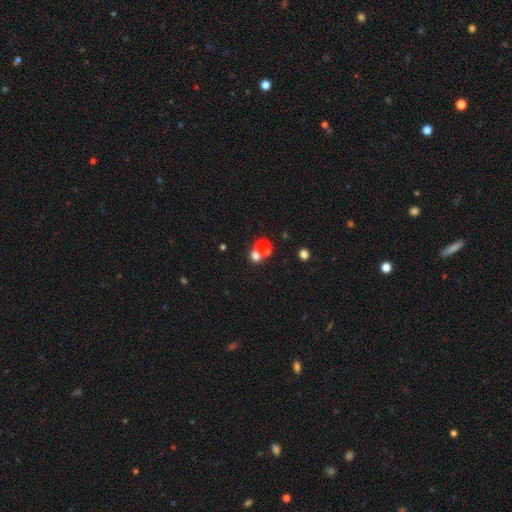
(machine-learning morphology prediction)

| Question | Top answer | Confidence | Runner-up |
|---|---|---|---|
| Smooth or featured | smooth | 75% | star or artifact (14%) |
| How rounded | round | 51% | in between (48%) |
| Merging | merger | 54% | none (35%) |